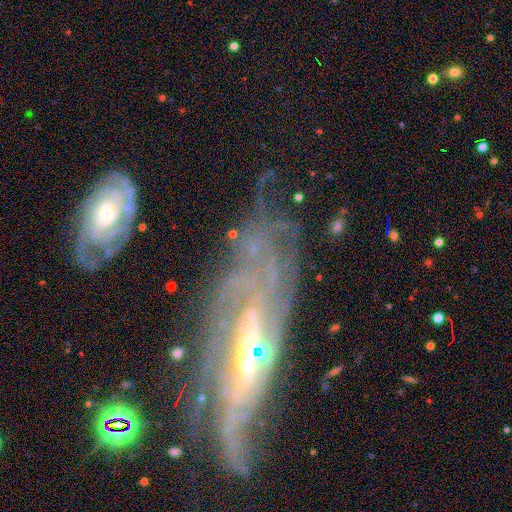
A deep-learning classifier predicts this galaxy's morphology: smooth-or-featured: featured or disk: 81% | star or artifact: 10% | smooth: 9%
  disk-edge-on: no: 77% | yes: 23%
    bar: no: 38% | weak: 36% | strong: 25%
    has-spiral-arms: yes: 86% | no: 14%
      spiral-winding: tight: 60% | medium: 29% | loose: 12%
      spiral-arm-count: can't tell: 54% | 2: 13% | 3: 10% | 4: 9% | more than 4: 8% | 1: 6%
    bulge-size: moderate: 43% (tied) | small: 43% (tied) | large: 7% | none: 5% | dominant: 2%
  merging: none: 56% | minor disturbance: 21% | major disturbance: 16% | merger: 6%